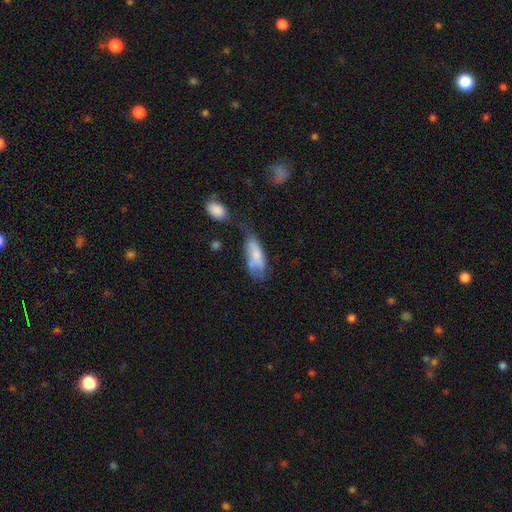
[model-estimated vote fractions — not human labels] Smooth or featured?
  - smooth: 70% *
  - featured or disk: 23%
  - star or artifact: 7%
How rounded?
  - in between: 73% *
  - cigar-shaped: 25%
  - round: 2%
Merging?
  - minor disturbance: 32% *
  - none: 28%
  - major disturbance: 23%
  - merger: 17%